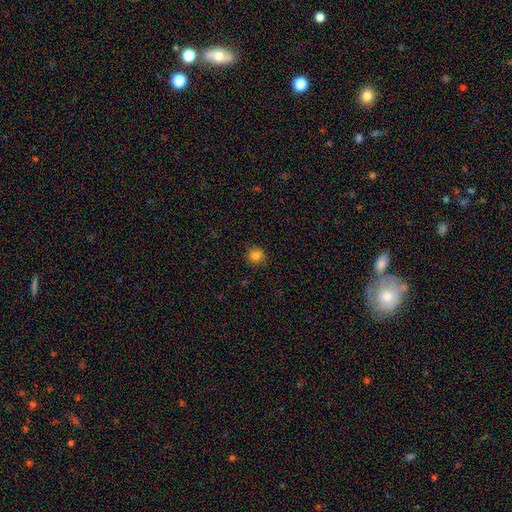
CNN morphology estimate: Smooth or featured? Predicted: smooth (p=0.81). How rounded? Predicted: round (p=0.90). Merging? Predicted: none (p=0.88).